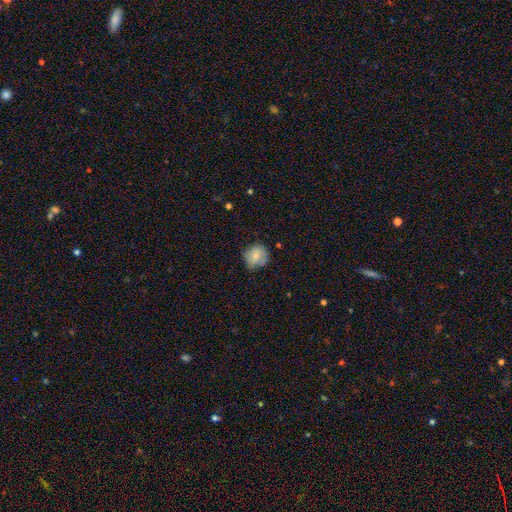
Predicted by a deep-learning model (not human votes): Overall: smooth (70%). How rounded: round (85%). Merging: none (71%).